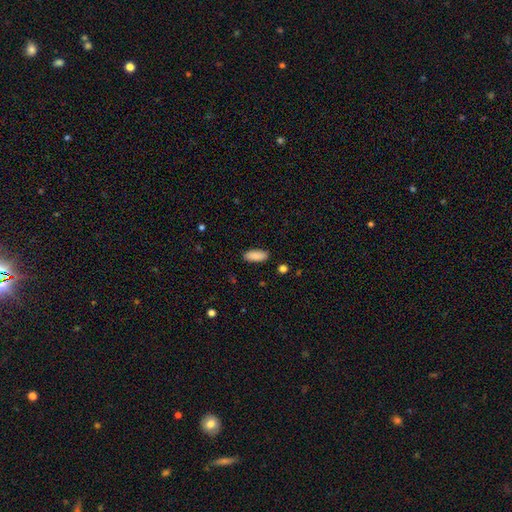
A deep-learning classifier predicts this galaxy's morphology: This appears to be a smooth galaxy with no disk features (89%) that is in between round and cigar-shaped (83%). Merging: none (89%).